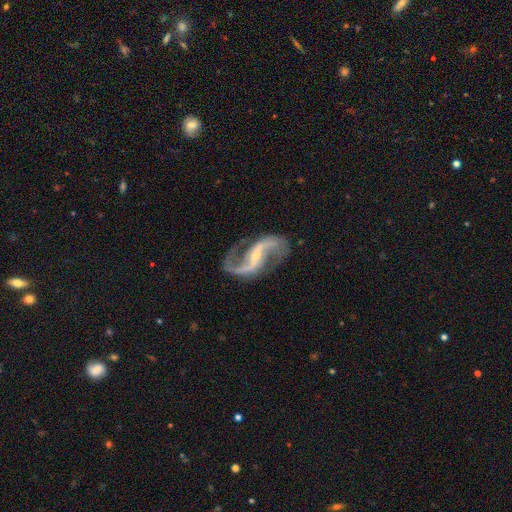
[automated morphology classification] A featured or disk galaxy (93%) with a strong bar (44%), 2 (94%) loose (63%) spiral arms (98%) and a small central bulge (75%). Merging: none (78%).